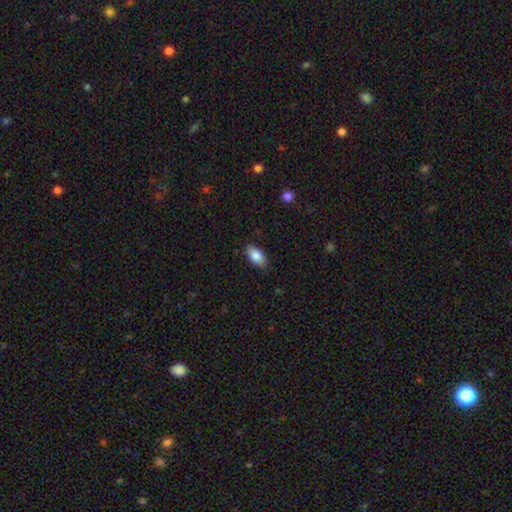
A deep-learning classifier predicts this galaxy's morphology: Smooth or featured?
  - smooth: 84% *
  - featured or disk: 10%
  - star or artifact: 7%
How rounded?
  - in between: 92% *
  - cigar-shaped: 5%
  - round: 3%
Merging?
  - none: 86% *
  - minor disturbance: 11%
  - major disturbance: 2%
  - merger: 1%